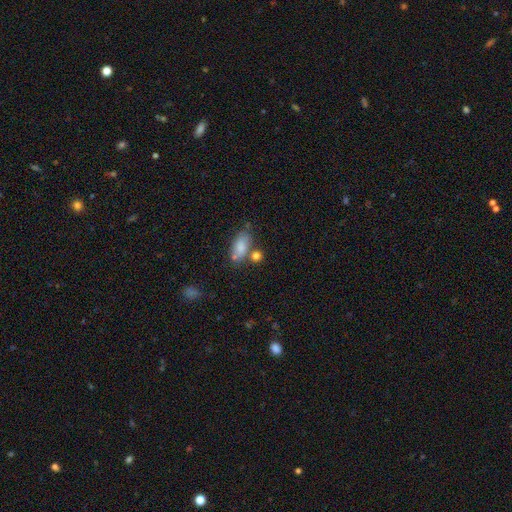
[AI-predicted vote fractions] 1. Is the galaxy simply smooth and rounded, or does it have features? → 80% smooth, 10% star or artifact, 10% featured or disk.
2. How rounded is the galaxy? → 75% in between, 19% round, 6% cigar-shaped.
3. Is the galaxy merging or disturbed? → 55% none, 21% merger, 17% minor disturbance, 7% major disturbance.